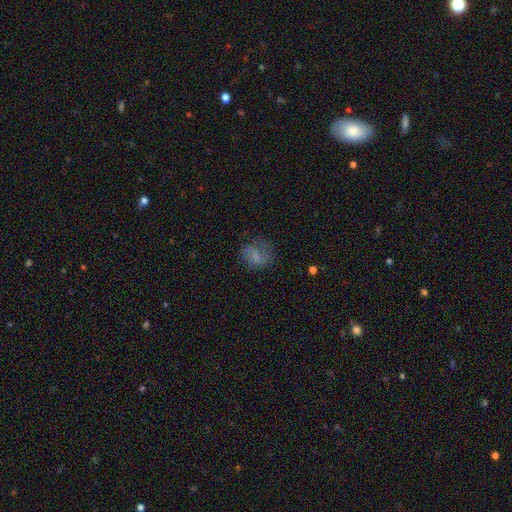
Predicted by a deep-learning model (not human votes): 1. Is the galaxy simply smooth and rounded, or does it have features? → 64% smooth, 24% featured or disk, 12% star or artifact.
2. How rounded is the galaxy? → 60% round, 39% in between, 1% cigar-shaped.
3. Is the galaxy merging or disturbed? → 59% none, 23% minor disturbance, 16% major disturbance, 2% merger.